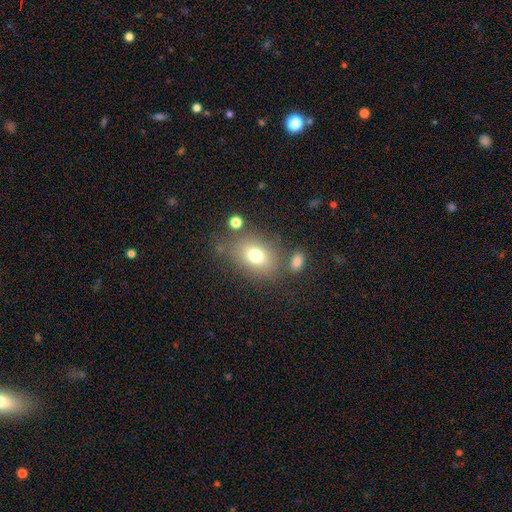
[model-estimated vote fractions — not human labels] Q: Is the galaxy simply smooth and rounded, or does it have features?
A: smooth — 75%.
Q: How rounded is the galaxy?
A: in between — 71%.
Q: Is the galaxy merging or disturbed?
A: none — 67%.